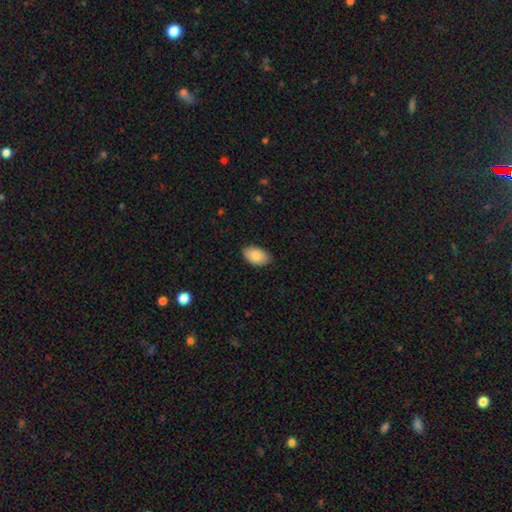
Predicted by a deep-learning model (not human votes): smooth_or_featured: smooth (p=0.87) [alt: star or artifact p=0.06]
how_rounded: in between (p=0.93) [alt: round p=0.06]
merging: none (p=0.84) [alt: minor disturbance p=0.13]